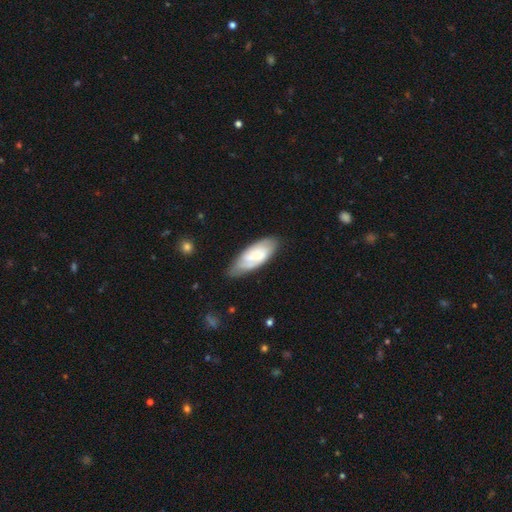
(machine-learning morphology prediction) Overall: smooth (50%; featured or disk 44%). Merging: none (64%; minor disturbance 27%).